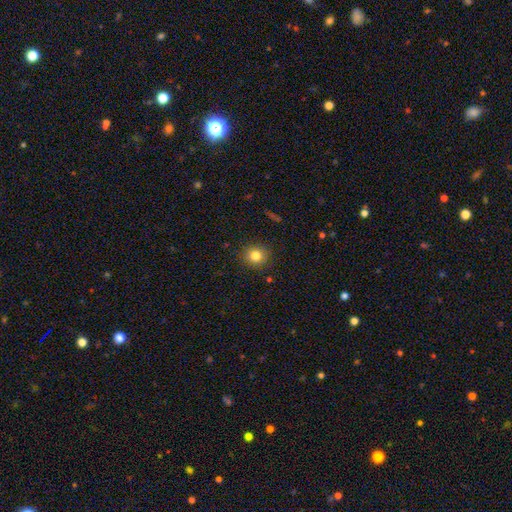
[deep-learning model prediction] The model was most divided on "smooth or featured": smooth: 82%, star or artifact: 11%, featured or disk: 7%. More confident: merging — none (90%); how rounded — round (89%).